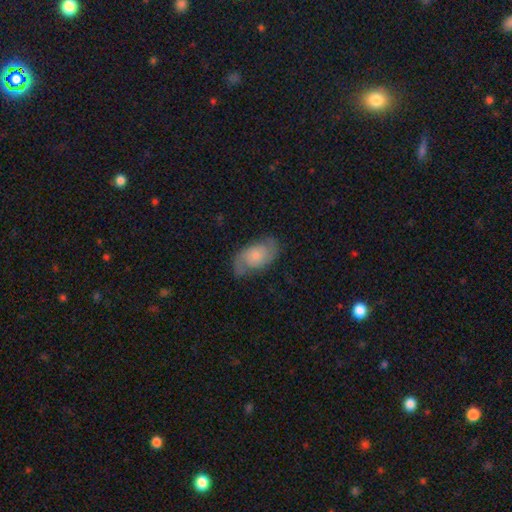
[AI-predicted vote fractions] Overall: featured or disk (73%). Edge-on disk: no (96%). Bar: no (67%; weak 29%). Spiral arms: yes (95%). Spiral arm count: 2 (89%). Spiral winding: medium (48%; tight 30%). Bulge size: small (45%; moderate 32%). Merging: none (74%).